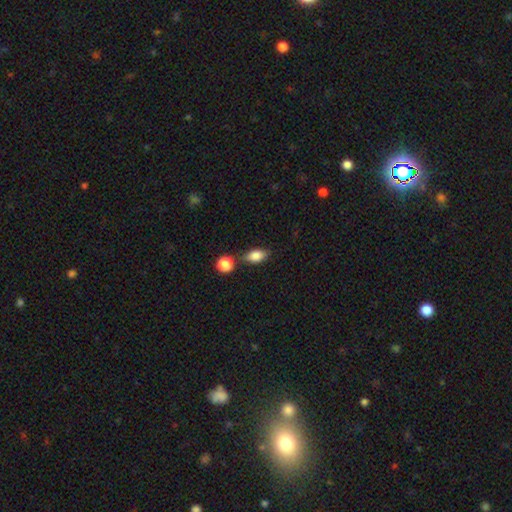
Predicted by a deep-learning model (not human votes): smooth 83%, star or artifact 9%, featured or disk 8%. Down the decision tree: how rounded — in between (85%); merging — none (66%).